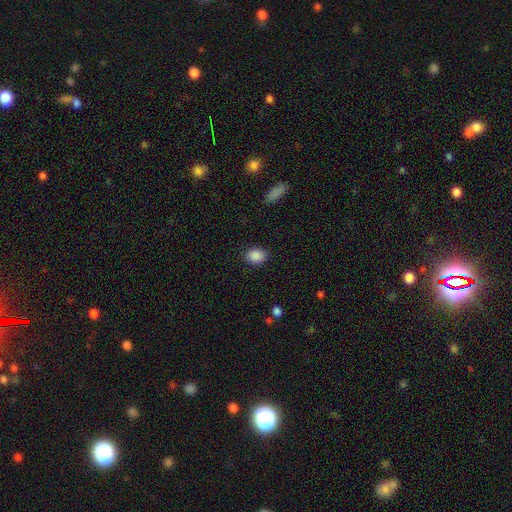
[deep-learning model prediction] The model was most divided on "how rounded": in between: 55%, round: 44%, cigar-shaped: 1%. More confident: smooth or featured — smooth (88%); merging — none (86%).